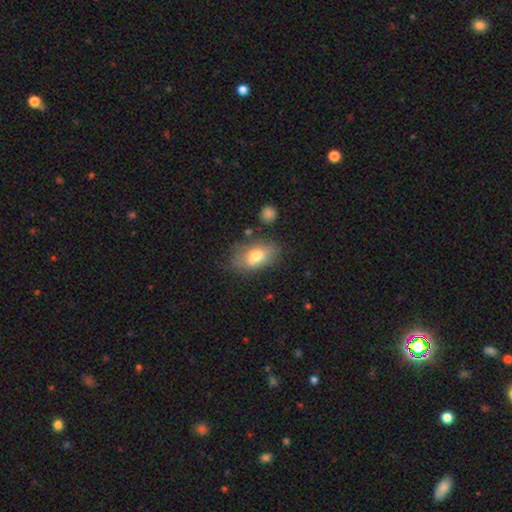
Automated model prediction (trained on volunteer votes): smooth_or_featured: smooth (p=0.69) [alt: featured or disk p=0.23]
how_rounded: in between (p=0.87) [alt: round p=0.10]
merging: none (p=0.55) [alt: minor disturbance p=0.24]